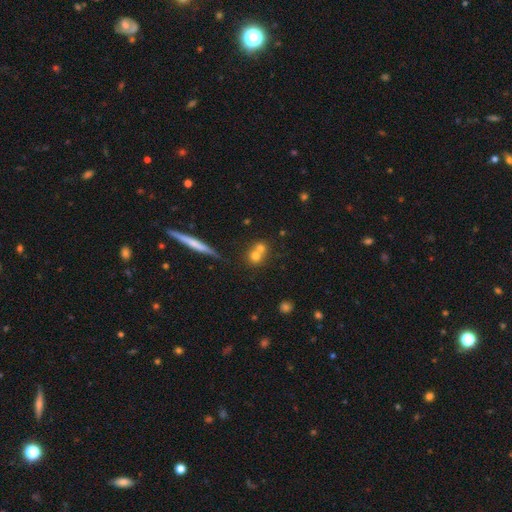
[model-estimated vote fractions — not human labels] smooth_or_featured: smooth (p=0.67) [alt: featured or disk p=0.20]
how_rounded: round (p=0.82) [alt: in between p=0.14]
merging: merger (p=0.53) [alt: none p=0.37]